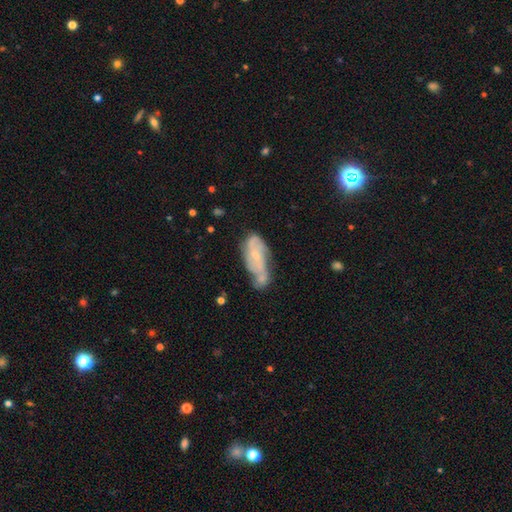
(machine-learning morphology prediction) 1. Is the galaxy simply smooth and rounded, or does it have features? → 64% featured or disk, 28% smooth, 8% star or artifact.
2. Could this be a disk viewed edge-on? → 92% no, 8% yes.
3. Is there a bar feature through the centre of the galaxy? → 59% no, 33% weak, 8% strong.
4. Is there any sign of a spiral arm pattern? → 80% yes, 20% no.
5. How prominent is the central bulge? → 67% small, 22% moderate, 8% none, 1% large, 1% dominant.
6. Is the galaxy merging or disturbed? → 35% none, 26% minor disturbance, 25% merger, 14% major disturbance.